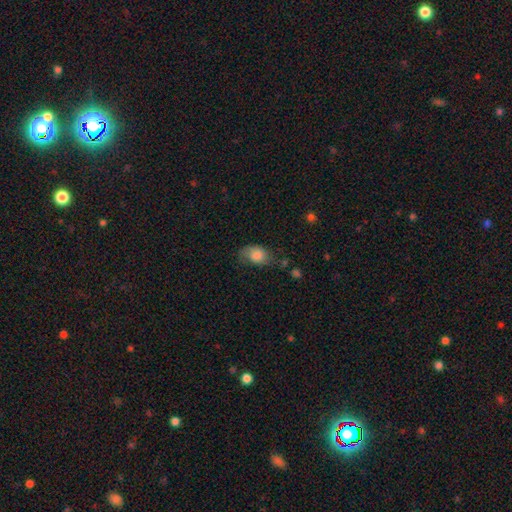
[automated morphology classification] Smooth or featured: smooth — 70% (featured or disk — 21%)
How rounded: in between — 79% (round — 19%)
Merging: none — 47% (minor disturbance — 33%)